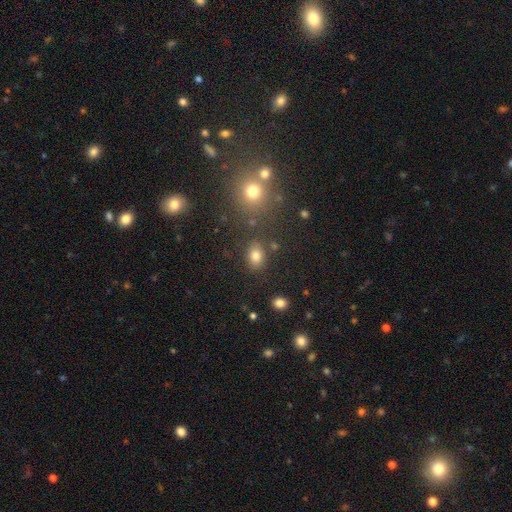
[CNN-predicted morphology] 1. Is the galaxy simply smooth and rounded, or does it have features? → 79% smooth, 13% star or artifact, 7% featured or disk.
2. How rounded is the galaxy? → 65% in between, 34% round, 1% cigar-shaped.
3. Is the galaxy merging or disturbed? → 80% none, 11% minor disturbance, 5% merger, 4% major disturbance.